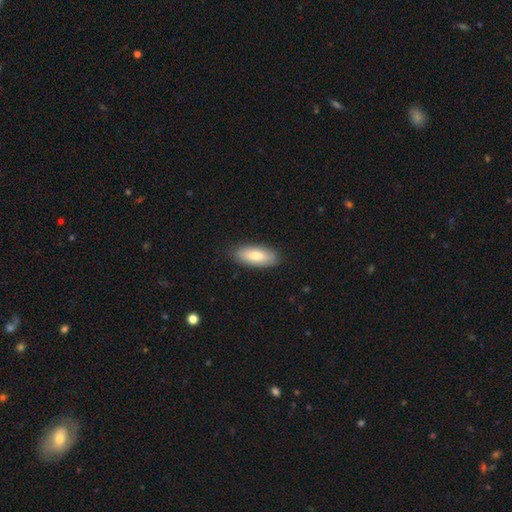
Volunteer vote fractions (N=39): Smooth or featured? 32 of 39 (82%) said smooth. How rounded? 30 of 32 (94%) said in between. Merging? 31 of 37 (84%) said none.